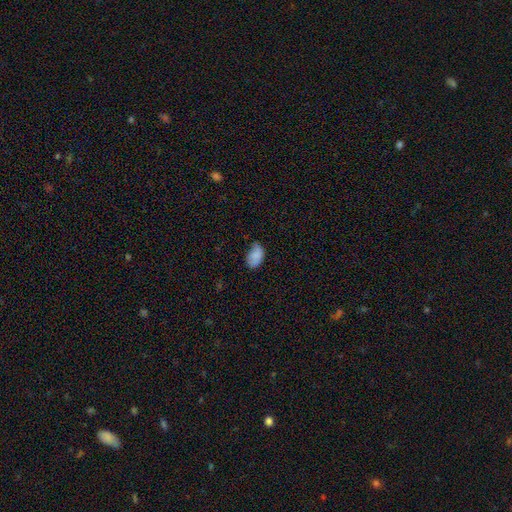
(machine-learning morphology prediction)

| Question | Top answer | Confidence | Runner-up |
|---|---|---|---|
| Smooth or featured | smooth | 83% | featured or disk (9%) |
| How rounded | in between | 91% | round (7%) |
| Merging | none | 52% | minor disturbance (38%) |